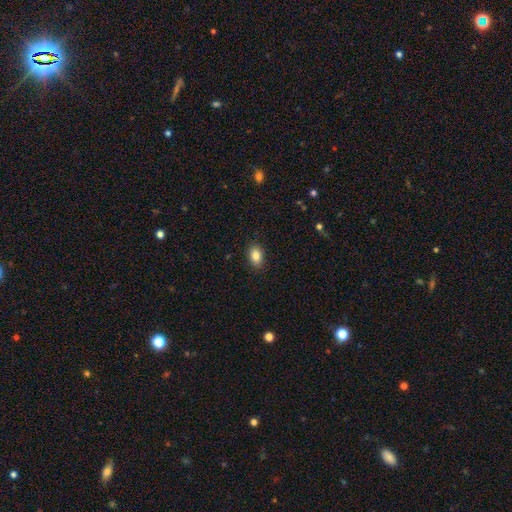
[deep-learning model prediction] Smooth or featured?
  - smooth: 87% *
  - star or artifact: 8%
  - featured or disk: 5%
How rounded?
  - in between: 85% *
  - round: 14%
  - cigar-shaped: 1%
Merging?
  - none: 89% *
  - minor disturbance: 8%
  - major disturbance: 2%
  - merger: 1%